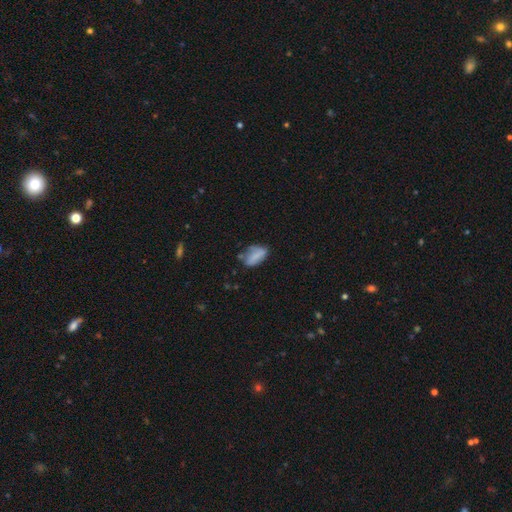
This appears to be a smooth galaxy with no disk features (54%) that is in between round and cigar-shaped (90%). Merging: minor disturbance (38%).